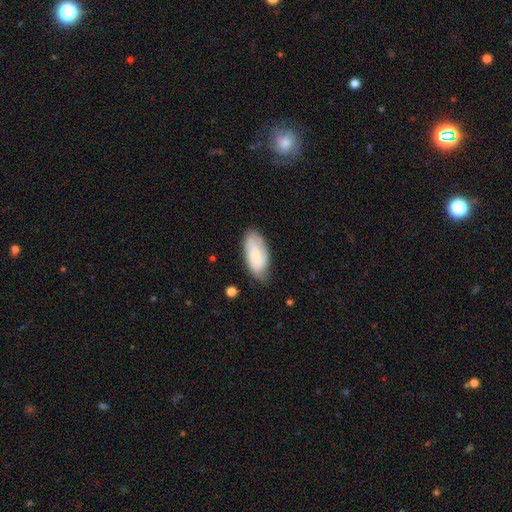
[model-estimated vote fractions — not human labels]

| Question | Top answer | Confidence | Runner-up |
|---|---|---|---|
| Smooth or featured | smooth | 72% | featured or disk (21%) |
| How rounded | in between | 89% | cigar-shaped (9%) |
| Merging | none | 67% | minor disturbance (26%) |